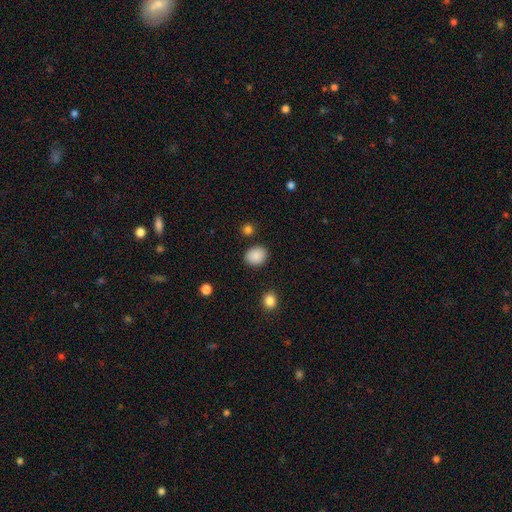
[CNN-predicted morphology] Q: Smooth or featured?
A: smooth (88%); runner-up: star or artifact (8%)
Q: How rounded?
A: in between (50%); runner-up: round (49%)
Q: Merging?
A: none (86%); runner-up: minor disturbance (9%)